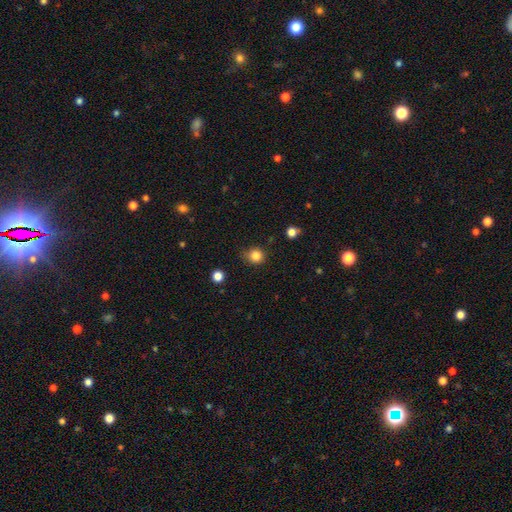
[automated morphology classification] type=smooth (84%); roundness=round (87%); merging=none (76%).